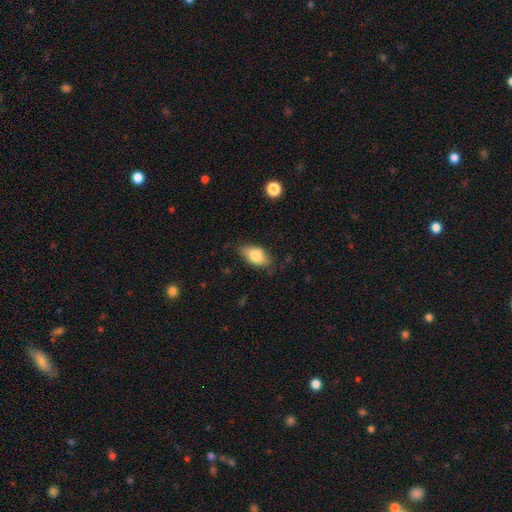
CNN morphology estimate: Q: Smooth or featured?
A: smooth (76%); runner-up: featured or disk (16%)
Q: How rounded?
A: in between (89%); runner-up: round (6%)
Q: Merging?
A: none (74%); runner-up: minor disturbance (21%)